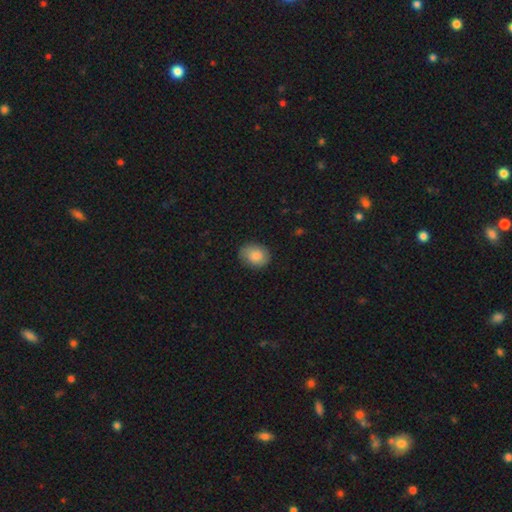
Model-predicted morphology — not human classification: smooth 83%, featured or disk 10%, star or artifact 7%. Down the decision tree: how rounded — in between (60%); merging — none (80%).